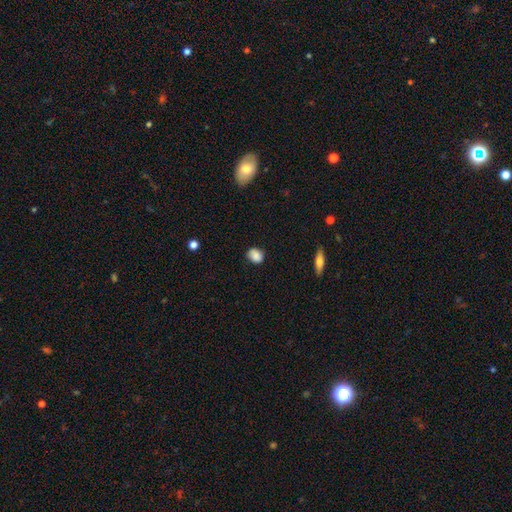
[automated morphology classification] smooth-or-featured: smooth: 86% | star or artifact: 9% | featured or disk: 6%
  how-rounded: round: 50% | in between: 48% | cigar-shaped: 2%
  merging: none: 79% | minor disturbance: 17% | major disturbance: 3% | merger: 1%